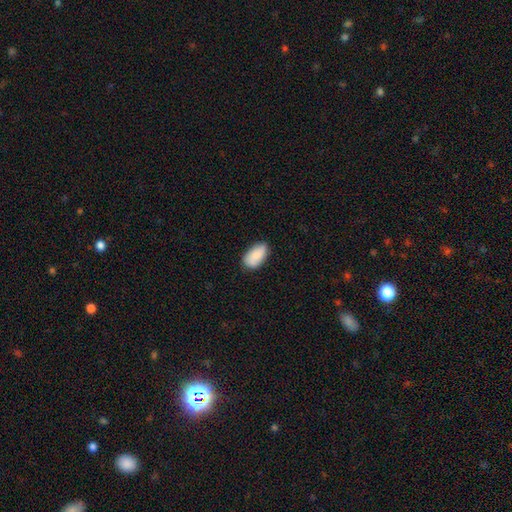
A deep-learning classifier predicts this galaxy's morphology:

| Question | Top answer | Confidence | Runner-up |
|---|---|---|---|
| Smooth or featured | smooth | 81% | featured or disk (12%) |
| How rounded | in between | 94% | round (4%) |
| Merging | none | 78% | minor disturbance (18%) |